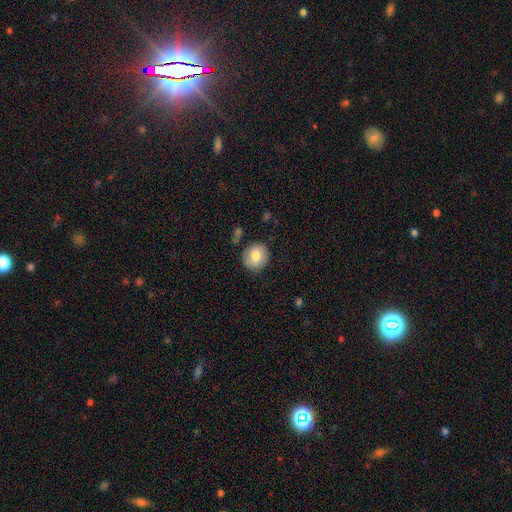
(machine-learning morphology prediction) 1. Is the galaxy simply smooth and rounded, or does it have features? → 80% smooth, 12% featured or disk, 8% star or artifact.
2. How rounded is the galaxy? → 86% round, 13% in between, 1% cigar-shaped.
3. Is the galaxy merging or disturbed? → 84% none, 11% minor disturbance, 3% major disturbance, 2% merger.